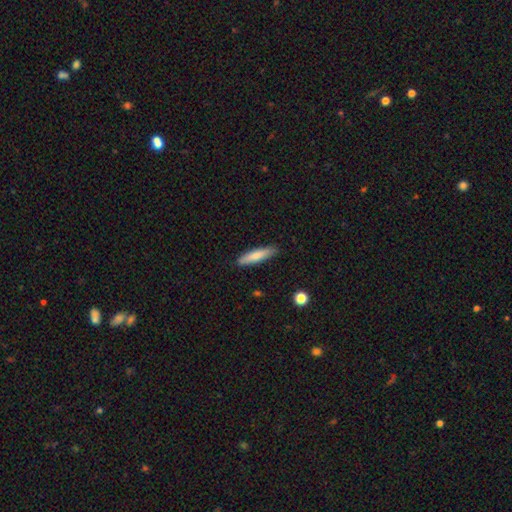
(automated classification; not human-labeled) This is likely a smooth galaxy (77%). How rounded: clearly cigar-shaped (81%). Merging: clearly none (87%).